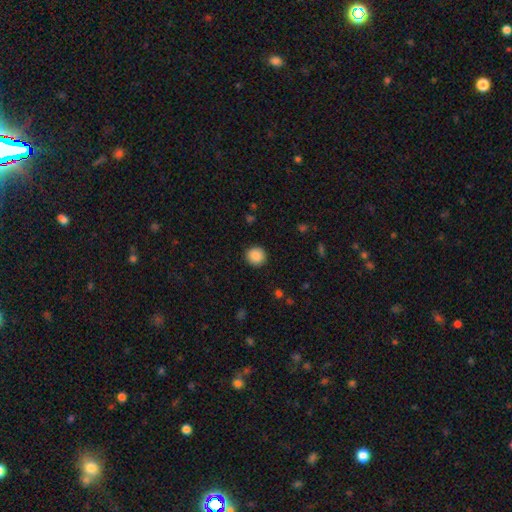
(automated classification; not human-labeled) A smooth galaxy with no disk features (89%) that is round (93%). Merging: none (92%).